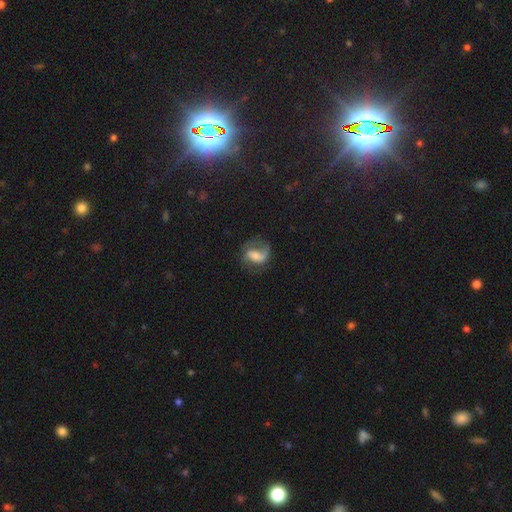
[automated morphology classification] Smooth or featured: featured or disk — 70% (smooth — 22%)
Edge-on disk: no — 97% (yes — 3%)
Bar: weak — 43% (no — 36%)
Spiral arms: yes — 91% (no — 9%)
Spiral winding: medium — 47% (loose — 35%)
Spiral arm count: 2 — 67% (1 — 25%)
Bulge size: moderate — 37% (small — 28%)
Merging: none — 59% (major disturbance — 20%)